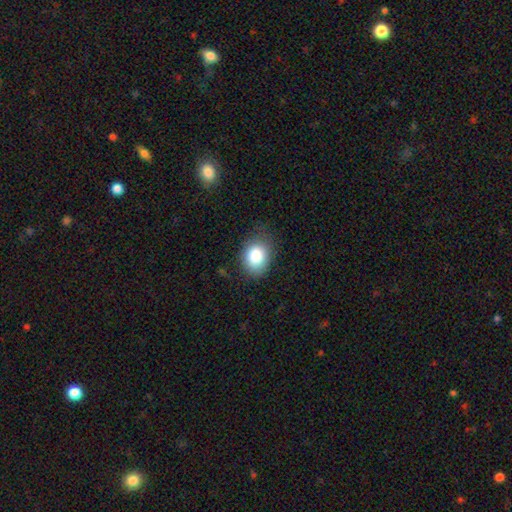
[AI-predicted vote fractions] smooth-or-featured: smooth: 84% | star or artifact: 9% | featured or disk: 7%
  how-rounded: in between: 58% | round: 41% | cigar-shaped: 1%
  merging: none: 73% | minor disturbance: 20% | major disturbance: 6% | merger: 1%